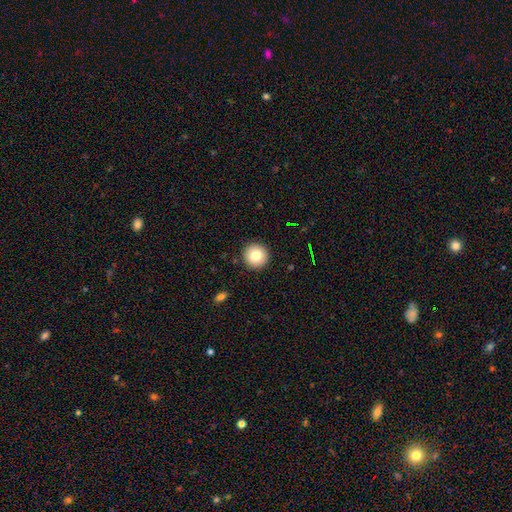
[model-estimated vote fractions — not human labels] Q: Smooth or featured?
A: smooth (80%); runner-up: star or artifact (10%)
Q: How rounded?
A: round (96%); runner-up: in between (3%)
Q: Merging?
A: none (92%); runner-up: minor disturbance (5%)